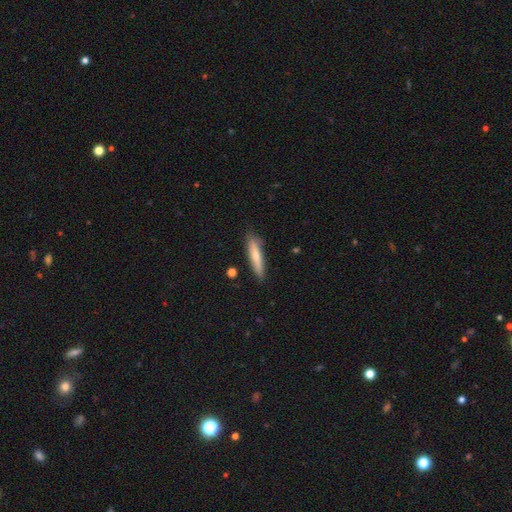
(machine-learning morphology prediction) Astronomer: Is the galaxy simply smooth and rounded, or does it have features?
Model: smooth — 65%.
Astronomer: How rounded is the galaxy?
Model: cigar-shaped — 87%.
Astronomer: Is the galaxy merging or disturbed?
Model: none — 81%.